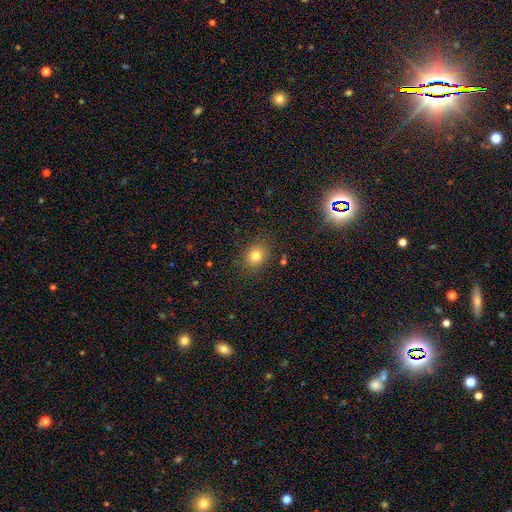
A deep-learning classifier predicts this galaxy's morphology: This is likely a smooth galaxy (79%). How rounded: likely round (61%). Merging: clearly none (86%).